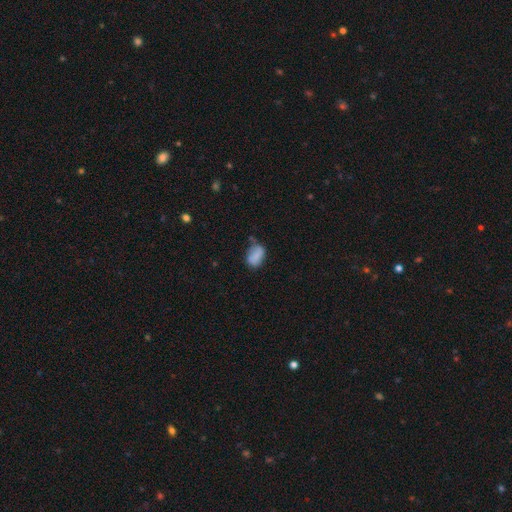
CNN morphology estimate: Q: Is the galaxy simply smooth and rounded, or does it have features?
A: smooth — 80%.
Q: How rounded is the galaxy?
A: in between — 84%.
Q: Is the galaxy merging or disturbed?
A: none — 51%.